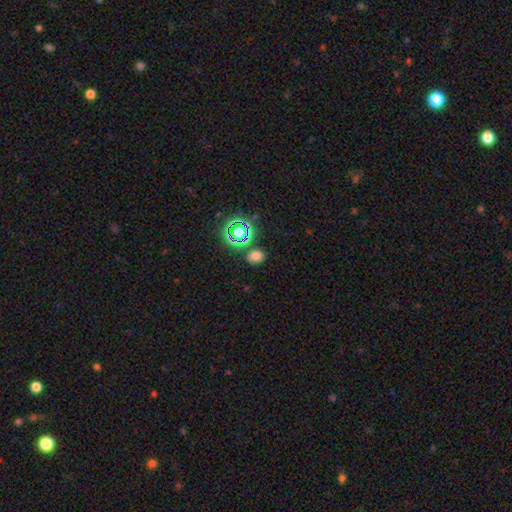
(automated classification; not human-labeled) Smooth or featured? smooth (68%)
How rounded? round (51%)
Merging? none (80%)